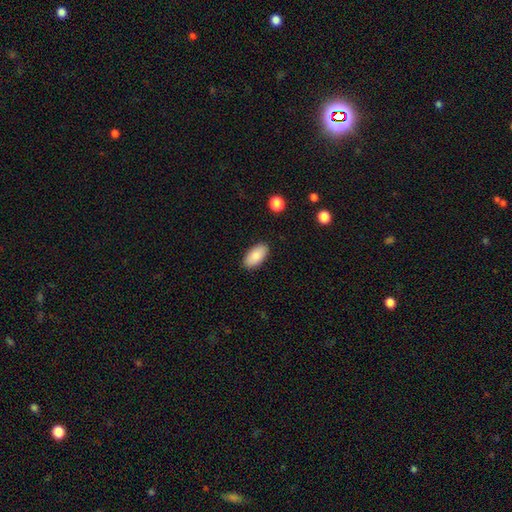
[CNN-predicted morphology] A smooth galaxy with no disk features (87%) that is in between round and cigar-shaped (95%).

Vote fractions:
- Smooth or featured? smooth: 87% / featured or disk: 7% / star or artifact: 6%
- How rounded? in between: 95% / cigar-shaped: 3% / round: 2%
- Merging? none: 88% / minor disturbance: 9% / major disturbance: 2% / merger: 1%